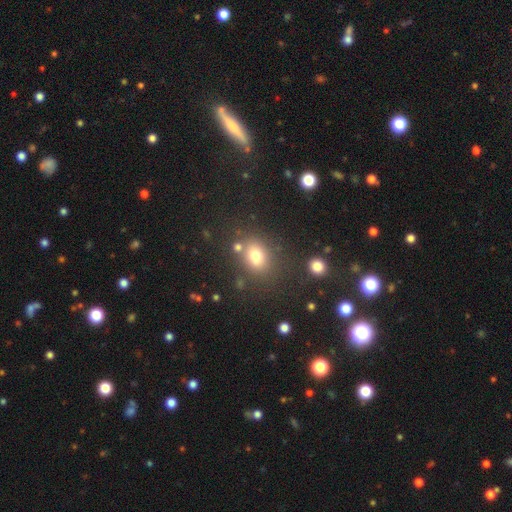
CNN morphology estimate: A smooth galaxy with no disk features (74%) that is in between round and cigar-shaped (53%).

Vote fractions:
- Smooth or featured? smooth: 74% / star or artifact: 15% / featured or disk: 11%
- How rounded? in between: 53% / round: 45% / cigar-shaped: 1%
- Merging? none: 70% / minor disturbance: 13% / merger: 12% / major disturbance: 6%